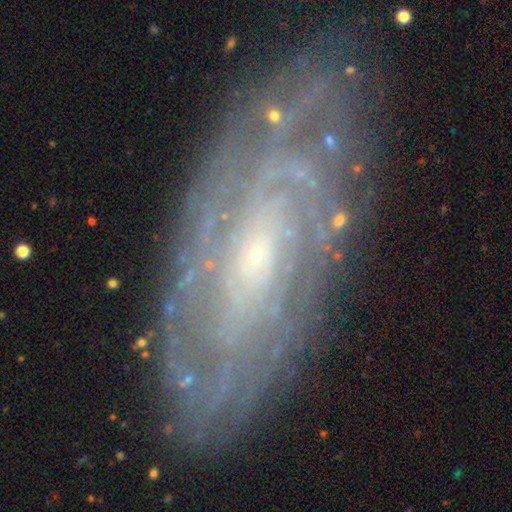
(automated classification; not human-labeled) Smooth or featured: featured or disk — 79% (smooth — 12%)
Edge-on disk: no — 88% (yes — 12%)
Bar: no — 45% (weak — 40%)
Spiral arms: yes — 87% (no — 13%)
Spiral winding: tight — 76% (medium — 19%)
Spiral arm count: can't tell — 57% (2 — 14%)
Bulge size: small — 72% (moderate — 22%)
Merging: none — 82% (minor disturbance — 13%)